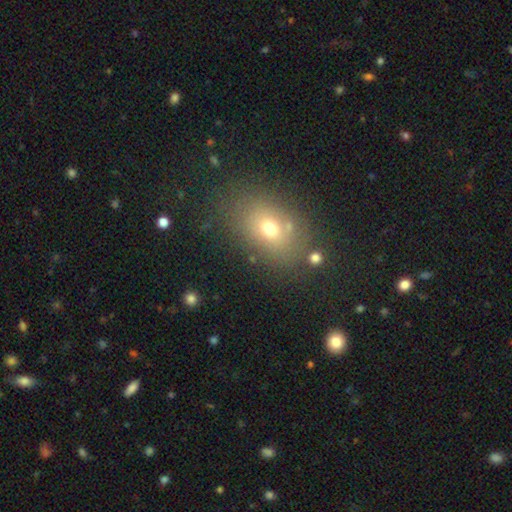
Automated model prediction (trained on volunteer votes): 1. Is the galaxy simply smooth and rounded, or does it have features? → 61% smooth, 28% star or artifact, 12% featured or disk.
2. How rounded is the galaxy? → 66% in between, 32% round, 2% cigar-shaped.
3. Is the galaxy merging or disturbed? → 83% none, 10% minor disturbance, 4% major disturbance, 3% merger.